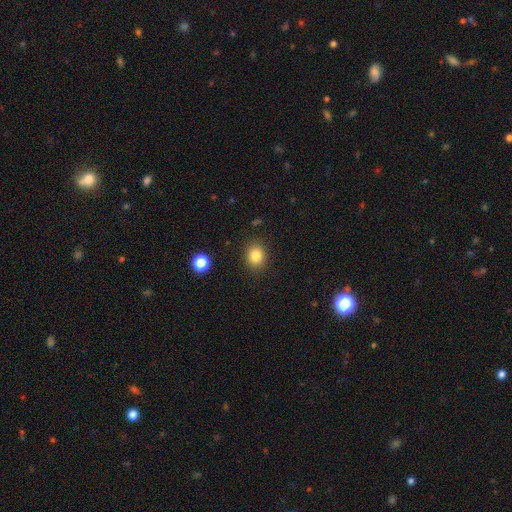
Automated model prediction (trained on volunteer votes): The model was most divided on "how rounded": round: 61%, in between: 39%, cigar-shaped: 1%. More confident: merging — none (87%); smooth or featured — smooth (83%).